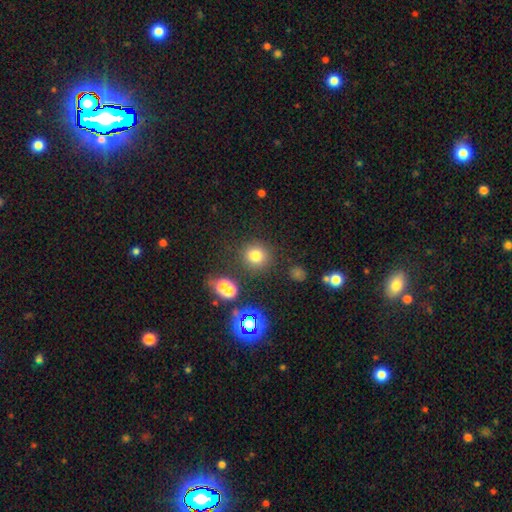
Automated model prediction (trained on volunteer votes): A smooth galaxy with no disk features (73%) that is round (90%). Merging: none (83%).